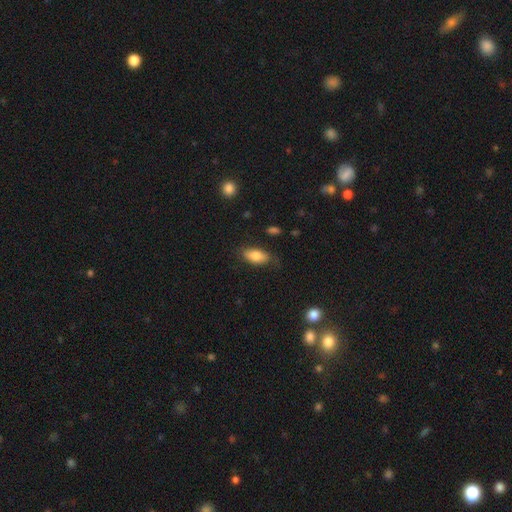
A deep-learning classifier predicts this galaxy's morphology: Q: Smooth or featured?
A: smooth (79%); runner-up: featured or disk (14%)
Q: How rounded?
A: in between (86%); runner-up: cigar-shaped (11%)
Q: Merging?
A: none (73%); runner-up: minor disturbance (20%)